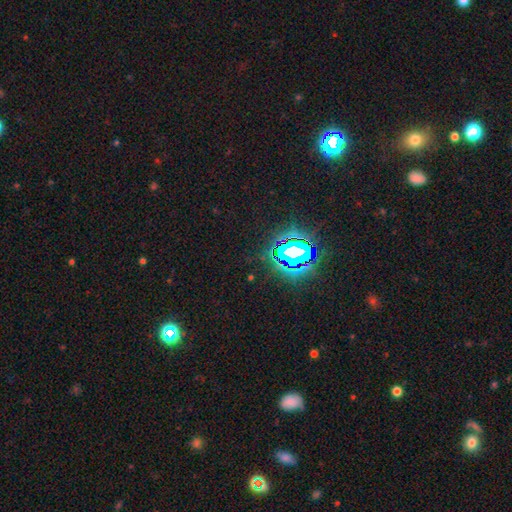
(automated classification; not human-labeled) smooth-or-featured: star or artifact: 82% | smooth: 11% | featured or disk: 7%